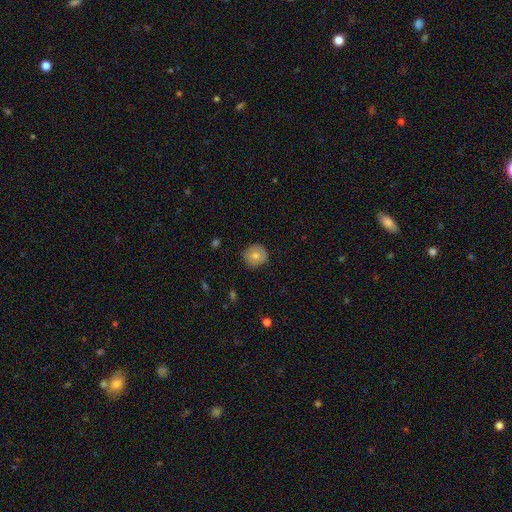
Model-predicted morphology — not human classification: The model was most divided on "smooth or featured": smooth: 73%, featured or disk: 19%, star or artifact: 9%. More confident: how rounded — round (93%); merging — none (86%).